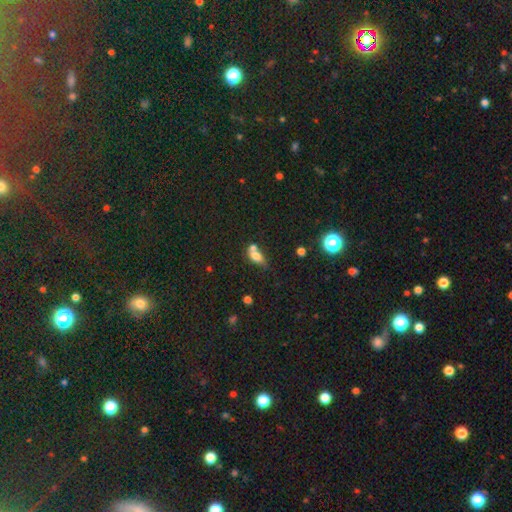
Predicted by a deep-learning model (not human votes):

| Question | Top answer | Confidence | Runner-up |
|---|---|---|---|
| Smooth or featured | smooth | 71% | featured or disk (16%) |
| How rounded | in between | 76% | round (18%) |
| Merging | merger | 50% | none (29%) |